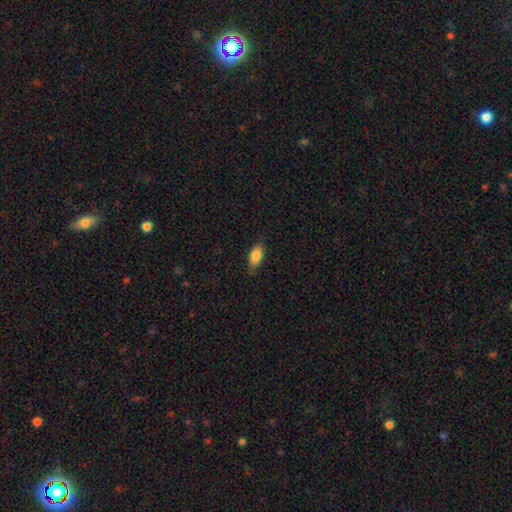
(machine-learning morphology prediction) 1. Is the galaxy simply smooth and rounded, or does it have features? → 85% smooth, 8% featured or disk, 7% star or artifact.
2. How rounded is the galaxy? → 89% in between, 8% cigar-shaped, 3% round.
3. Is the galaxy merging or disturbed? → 76% none, 19% minor disturbance, 4% major disturbance, 1% merger.